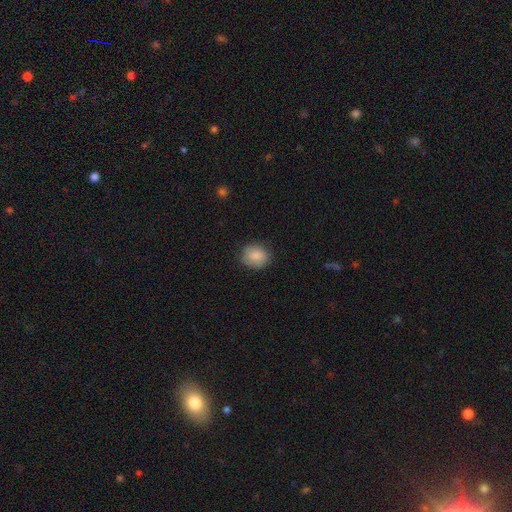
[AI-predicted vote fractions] This is clearly a smooth galaxy (87%). How rounded: likely round (63%). Merging: clearly none (81%).